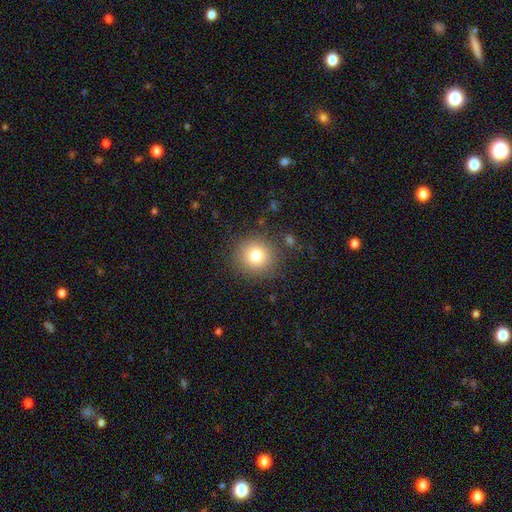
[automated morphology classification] Smooth or featured? Predicted: smooth (p=0.79). How rounded? Predicted: round (p=0.91). Merging? Predicted: none (p=0.87).